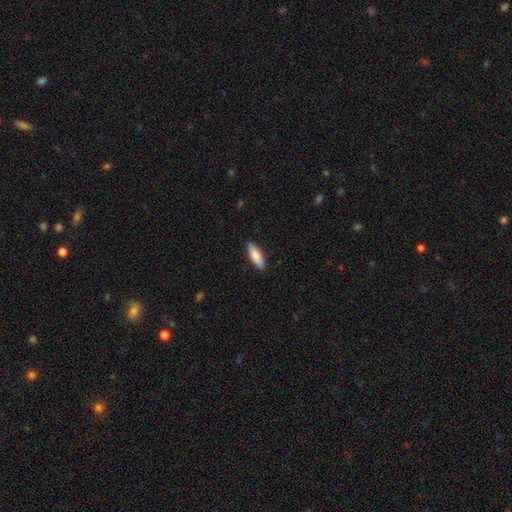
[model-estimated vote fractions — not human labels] smooth_or_featured: smooth (p=0.83) [alt: featured or disk p=0.12]
how_rounded: in between (p=0.58) [alt: cigar-shaped p=0.40]
merging: none (p=0.89) [alt: minor disturbance p=0.08]